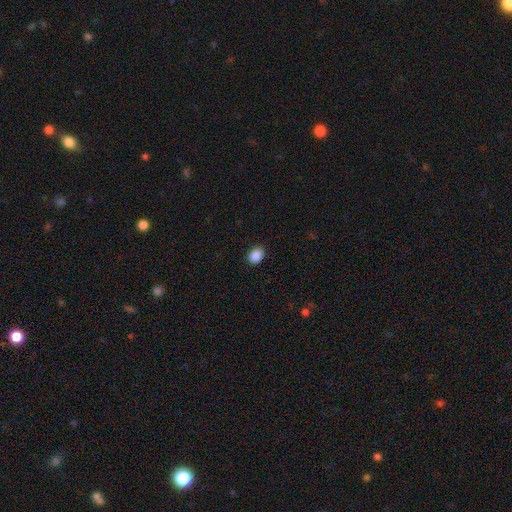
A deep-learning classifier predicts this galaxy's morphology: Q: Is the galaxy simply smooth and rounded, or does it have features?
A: smooth — 88%.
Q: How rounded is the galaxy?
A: in between — 64%.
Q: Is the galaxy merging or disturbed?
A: none — 88%.